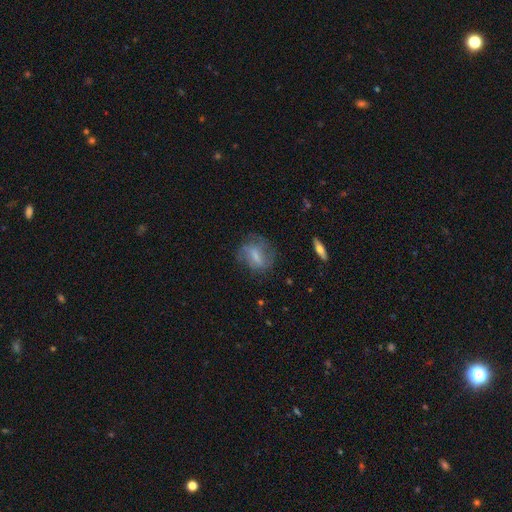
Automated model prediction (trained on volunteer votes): A featured or disk galaxy (46%).

Vote fractions:
- Smooth or featured? featured or disk: 46% / smooth: 45% / star or artifact: 10%
- Merging? none: 59% / minor disturbance: 23% / major disturbance: 16% / merger: 2%